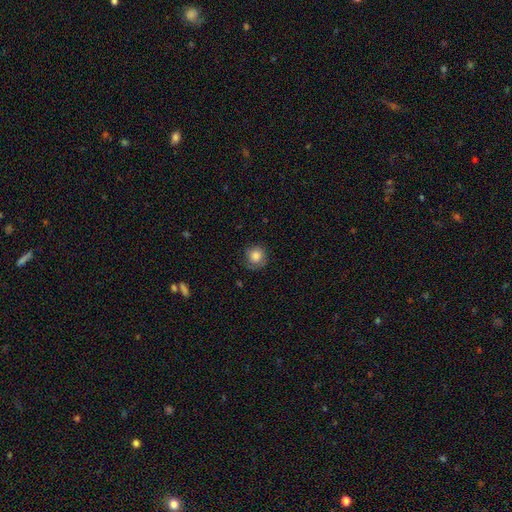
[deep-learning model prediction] Smooth or featured? Predicted: smooth (p=0.79). How rounded? Predicted: round (p=0.89). Merging? Predicted: none (p=0.72).